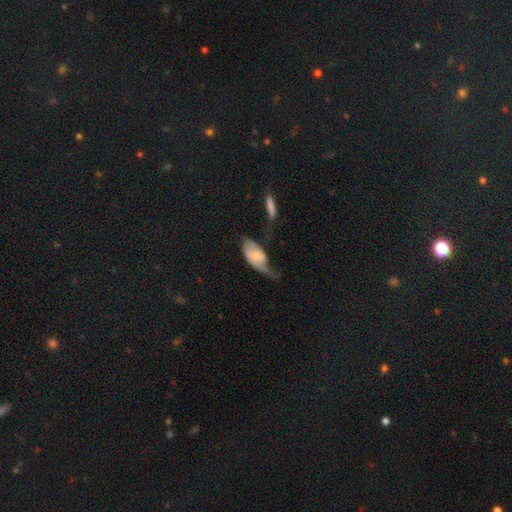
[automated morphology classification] The model was most divided on "merging": major disturbance: 41%, minor disturbance: 25%, none: 24%, merger: 9%. More confident: edge-on disk — no (92%); spiral arms — yes (82%); bar — no (63%); smooth or featured — featured or disk (57%); bulge size — small (51%).